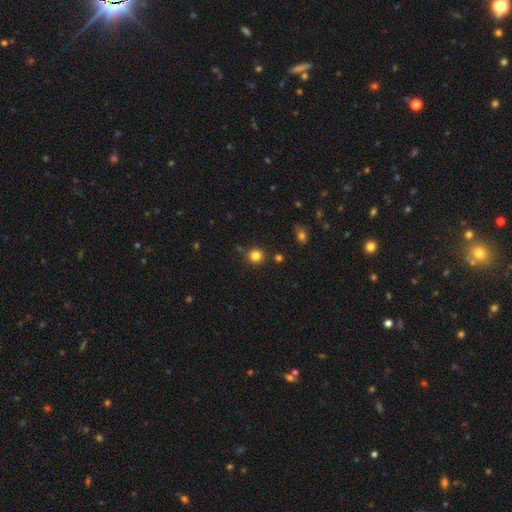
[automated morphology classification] smooth-or-featured: smooth: 82% | star or artifact: 13% | featured or disk: 5%
  how-rounded: round: 93% | in between: 6% | cigar-shaped: 1%
  merging: none: 86% | minor disturbance: 7% | merger: 4% | major disturbance: 2%